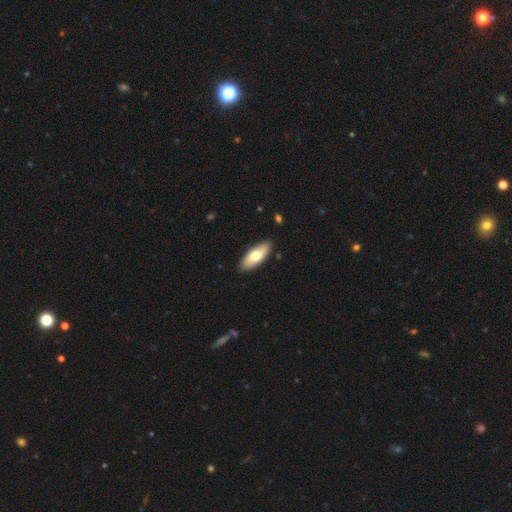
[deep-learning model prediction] smooth-or-featured: smooth: 69% | featured or disk: 26% | star or artifact: 5%
  how-rounded: in between: 80% | cigar-shaped: 18% | round: 2%
  merging: none: 89% | minor disturbance: 8% | major disturbance: 2% | merger: 1%